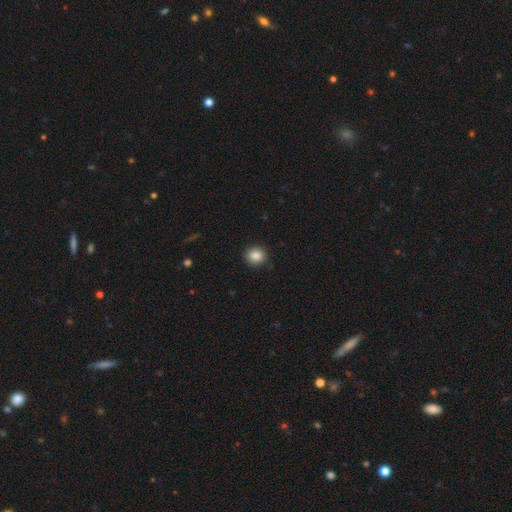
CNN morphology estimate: A smooth galaxy with no disk features (87%) that is round (87%).

Vote fractions:
- Smooth or featured? smooth: 87% / star or artifact: 10% / featured or disk: 4%
- How rounded? round: 87% / in between: 13% / cigar-shaped: 1%
- Merging? none: 92% / minor disturbance: 6% / major disturbance: 2% / merger: 1%